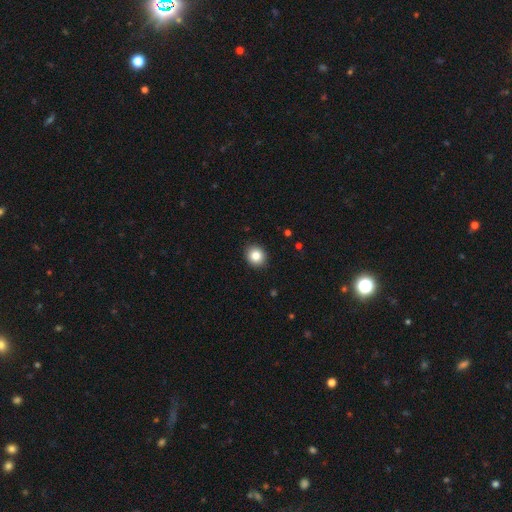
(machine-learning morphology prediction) This appears to be a smooth galaxy with no disk features (84%) that is round (76%). Merging: none (91%).